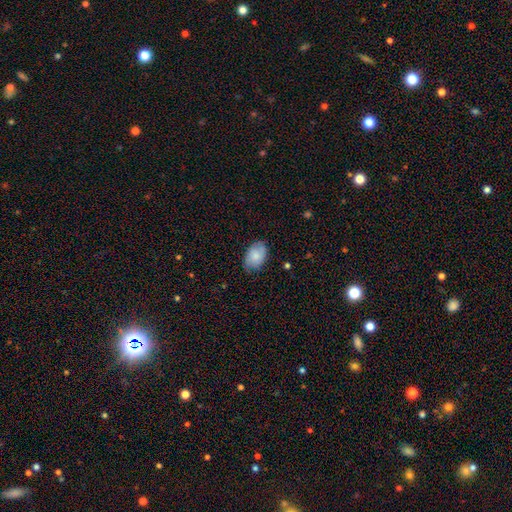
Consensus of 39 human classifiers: A smooth galaxy with no disk features (79%) that is in between round and cigar-shaped (84%).

Vote fractions:
- Smooth or featured? smooth: 79% / featured or disk: 10% / star or artifact: 10%
- How rounded? in between: 84% / round: 16% / cigar-shaped: 0%
- Merging? none: 80% / minor disturbance: 14% / major disturbance: 6% / merger: 0%